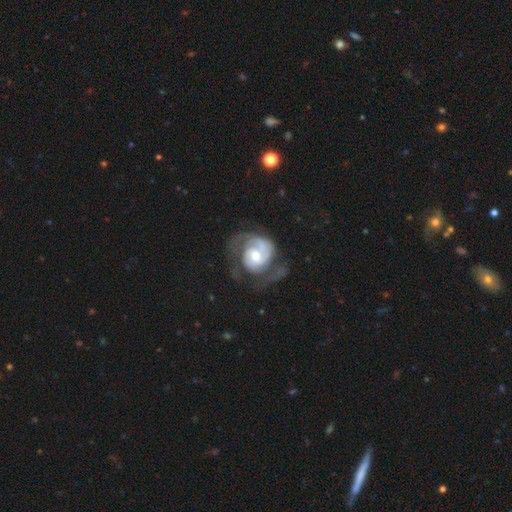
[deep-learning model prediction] Q: Smooth or featured?
A: featured or disk (80%); runner-up: smooth (15%)
Q: Edge-on disk?
A: no (98%); runner-up: yes (2%)
Q: Bar?
A: no (71%); runner-up: weak (23%)
Q: Spiral arms?
A: yes (91%); runner-up: no (9%)
Q: Spiral winding?
A: tight (45%); runner-up: medium (37%)
Q: Spiral arm count?
A: 2 (45%); runner-up: 1 (29%)
Q: Bulge size?
A: moderate (65%); runner-up: small (27%)
Q: Merging?
A: none (45%); runner-up: major disturbance (32%)